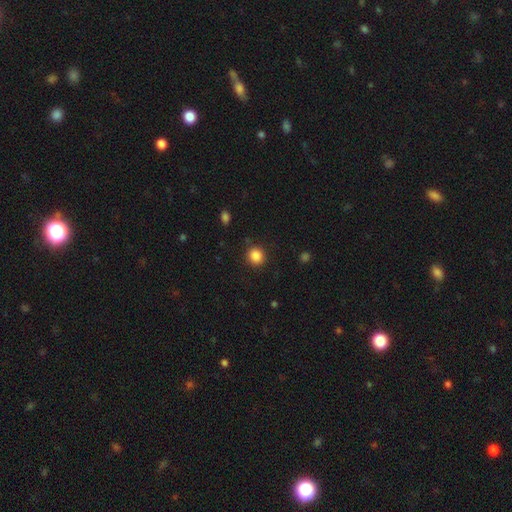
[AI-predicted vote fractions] A smooth galaxy with no disk features (86%) that is round (87%). Merging: none (89%).